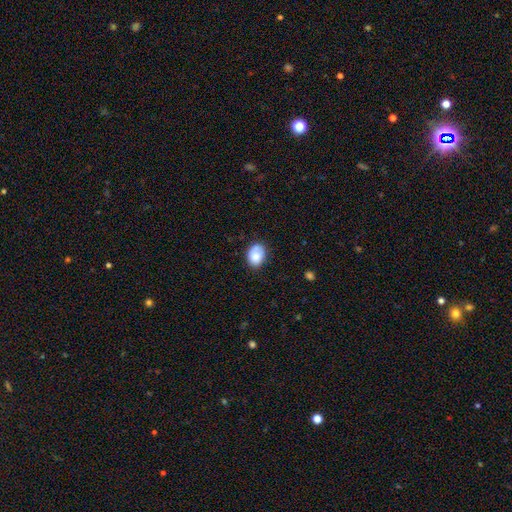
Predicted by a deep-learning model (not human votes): A smooth galaxy with no disk features (79%) that is in between round and cigar-shaped (68%).

Vote fractions:
- Smooth or featured? smooth: 79% / featured or disk: 13% / star or artifact: 8%
- How rounded? in between: 68% / round: 31% / cigar-shaped: 1%
- Merging? none: 63% / minor disturbance: 24% / merger: 6% / major disturbance: 6%